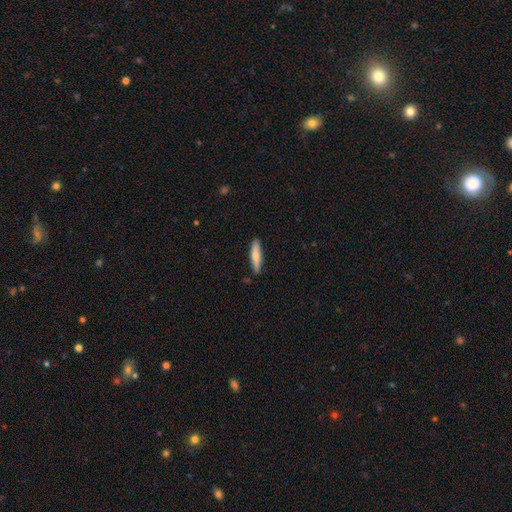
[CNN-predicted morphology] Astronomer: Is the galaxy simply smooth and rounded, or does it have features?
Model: smooth — 70%.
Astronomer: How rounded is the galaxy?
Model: cigar-shaped — 82%.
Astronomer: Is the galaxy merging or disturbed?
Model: none — 85%.